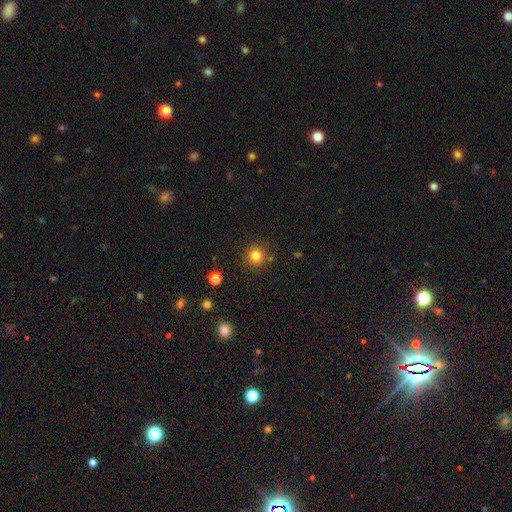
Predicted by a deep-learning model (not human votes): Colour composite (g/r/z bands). It shows a smooth galaxy with no disk features (82%) that is round (94%). Merging: none (87%).